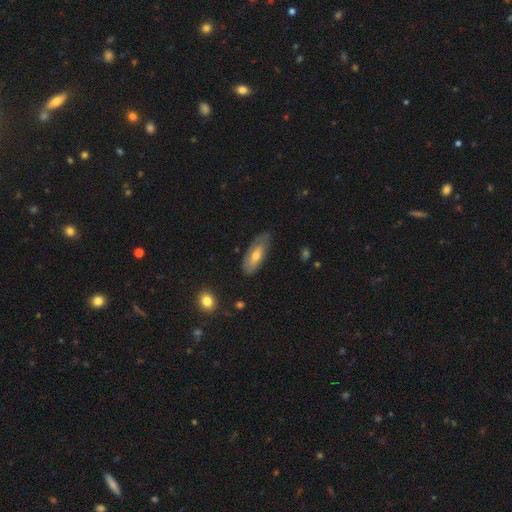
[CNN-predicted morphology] This is possibly a smooth galaxy (49%). Merging: likely none (69%).